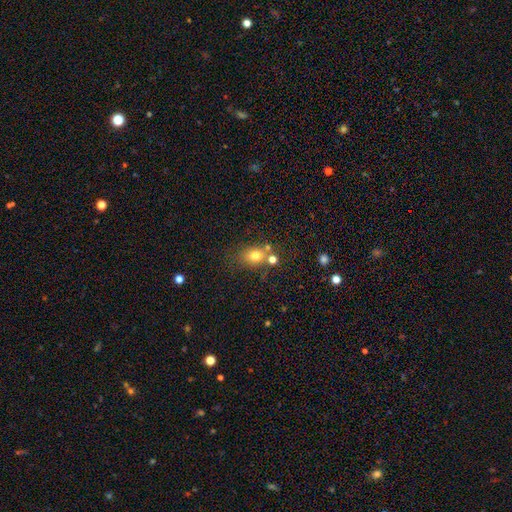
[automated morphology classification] Smooth or featured? smooth (73%)
How rounded? in between (52%)
Merging? none (59%)